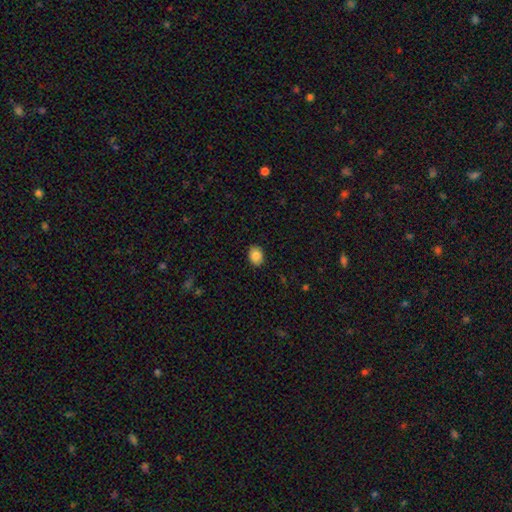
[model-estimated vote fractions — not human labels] Morphology: type=smooth (86%); roundness=in between (61%); merging=none (90%).